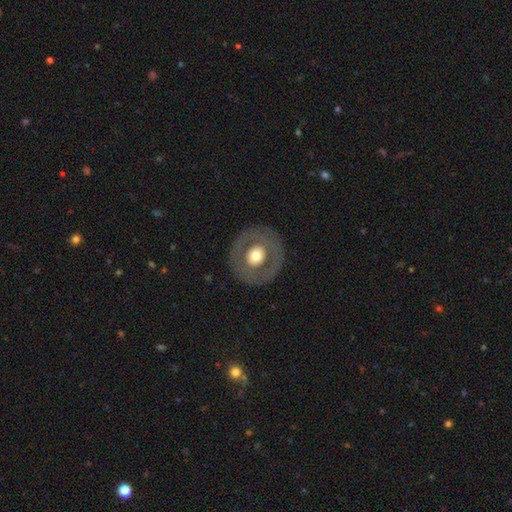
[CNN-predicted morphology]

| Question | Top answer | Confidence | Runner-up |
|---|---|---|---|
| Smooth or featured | smooth | 48% | featured or disk (46%) |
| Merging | none | 86% | minor disturbance (8%) |